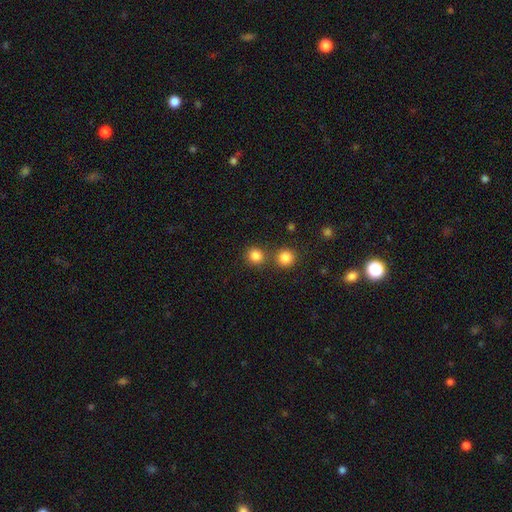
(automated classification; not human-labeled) smooth_or_featured: smooth (p=0.84) [alt: star or artifact p=0.12]
how_rounded: round (p=0.87) [alt: in between p=0.12]
merging: none (p=0.72) [alt: merger p=0.18]